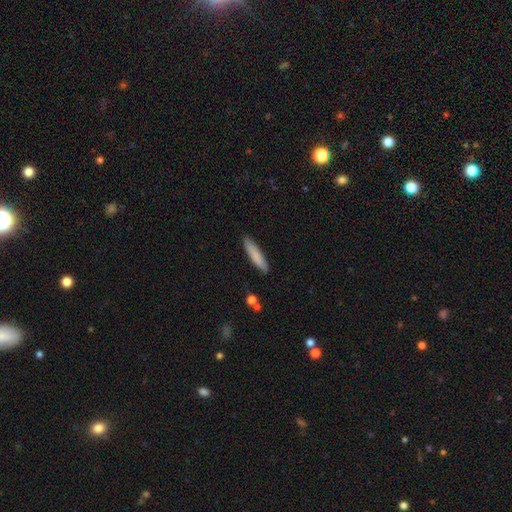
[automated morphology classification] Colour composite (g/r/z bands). It shows a smooth galaxy with no disk features (81%) that is cigar-shaped (87%). Merging: none (88%).